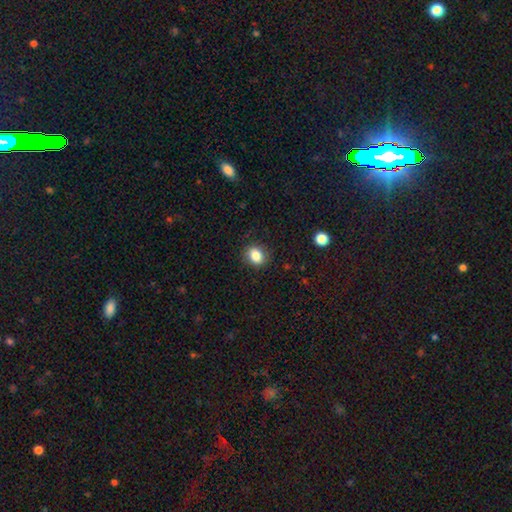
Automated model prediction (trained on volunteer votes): Morphology: type=smooth (85%); roundness=round (50%); merging=none (86%).